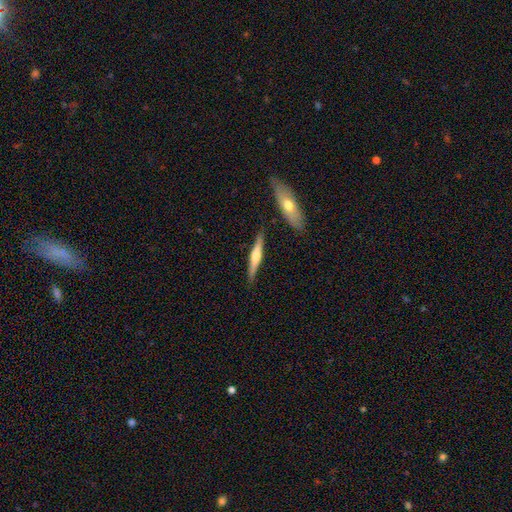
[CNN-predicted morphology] This is likely a featured or disk galaxy (64%). It is clearly viewed edge-on (97%). Edge-on bulge: clearly rounded (85%). Merging: clearly none (86%).